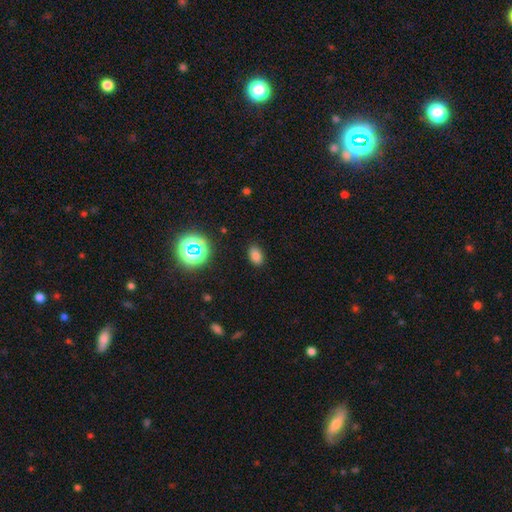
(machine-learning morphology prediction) smooth 76%, star or artifact 18%, featured or disk 6%. Down the decision tree: how rounded — in between (87%); merging — none (87%).